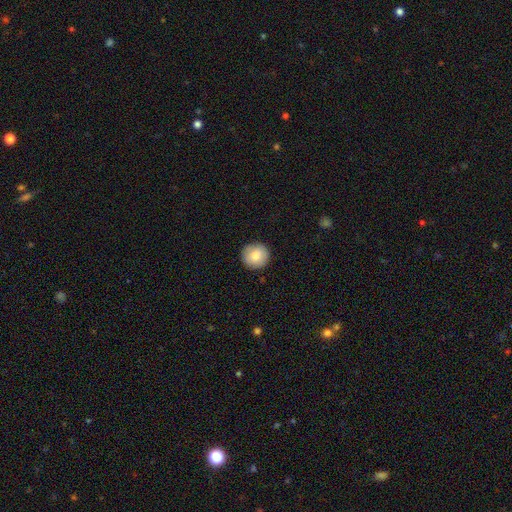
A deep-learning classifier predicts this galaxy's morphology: type=smooth (82%); roundness=round (94%); merging=none (90%).